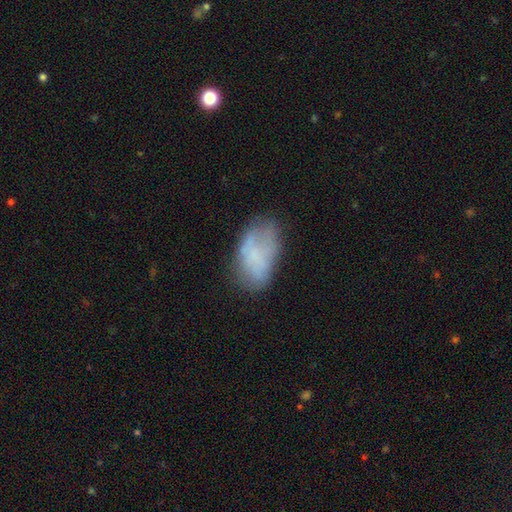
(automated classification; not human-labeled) Smooth or featured?
  - smooth: 61% *
  - featured or disk: 29%
  - star or artifact: 10%
How rounded?
  - in between: 93% *
  - round: 5%
  - cigar-shaped: 2%
Merging?
  - none: 51% *
  - minor disturbance: 29%
  - major disturbance: 16%
  - merger: 4%